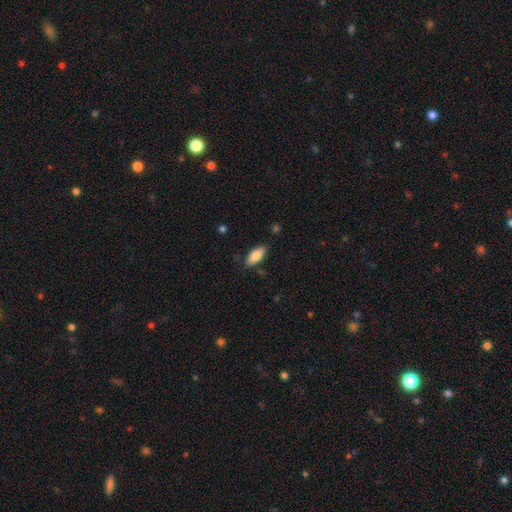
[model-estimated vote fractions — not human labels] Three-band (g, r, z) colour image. It shows a smooth galaxy with no disk features (81%) that is in between round and cigar-shaped (82%). Merging: none (83%).